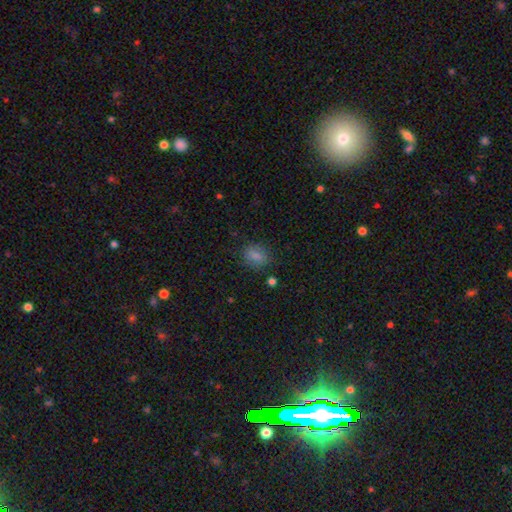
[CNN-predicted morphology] Smooth or featured? Predicted: smooth (p=0.82). How rounded? Predicted: in between (p=0.55). Merging? Predicted: none (p=0.81).